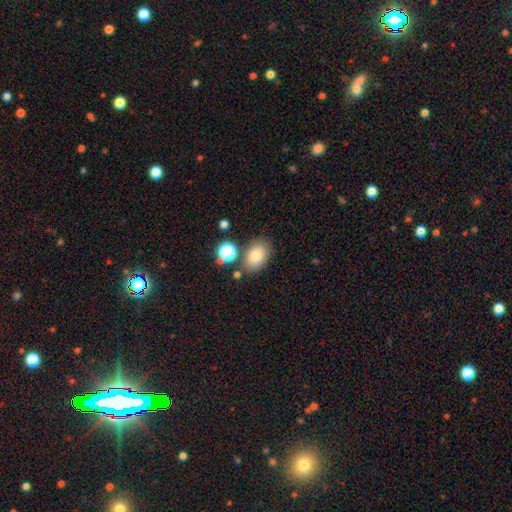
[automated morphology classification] Smooth or featured: smooth — 80% (star or artifact — 11%)
How rounded: in between — 85% (round — 14%)
Merging: none — 76% (minor disturbance — 12%)